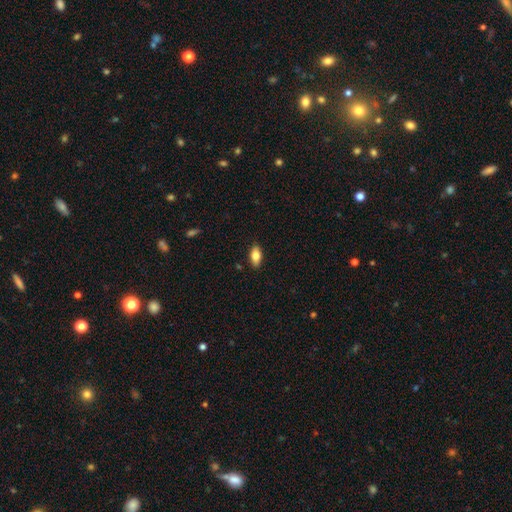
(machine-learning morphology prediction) This appears to be a smooth galaxy with no disk features (79%) that is in between round and cigar-shaped (89%). Merging: none (88%).